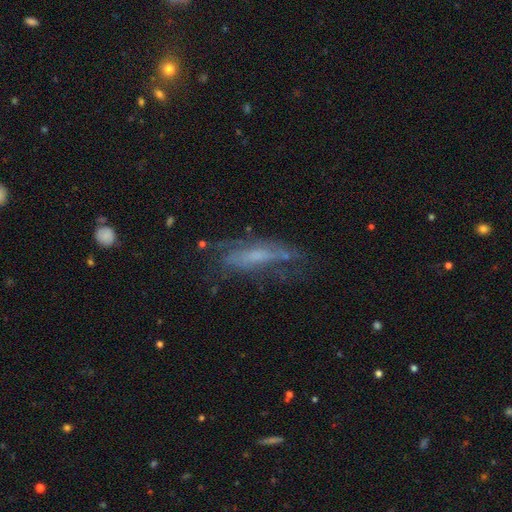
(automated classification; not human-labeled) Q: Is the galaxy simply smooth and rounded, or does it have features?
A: featured or disk — 53%.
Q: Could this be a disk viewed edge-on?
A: no — 59%.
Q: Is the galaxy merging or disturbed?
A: none — 52%.